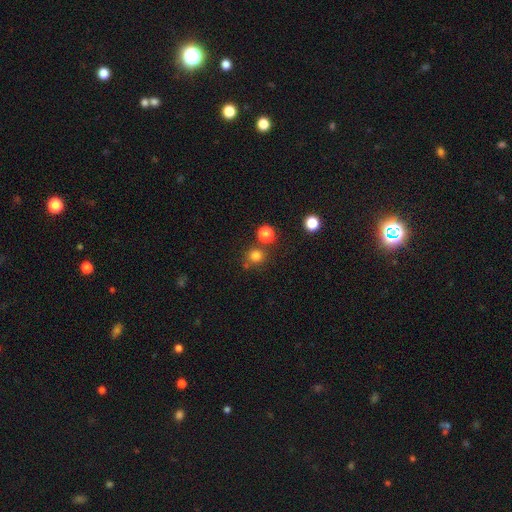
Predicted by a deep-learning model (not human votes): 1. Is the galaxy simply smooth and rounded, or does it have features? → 78% smooth, 17% star or artifact, 5% featured or disk.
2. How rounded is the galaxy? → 91% round, 8% in between, 1% cigar-shaped.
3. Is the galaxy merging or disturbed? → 76% none, 13% merger, 8% minor disturbance, 3% major disturbance.